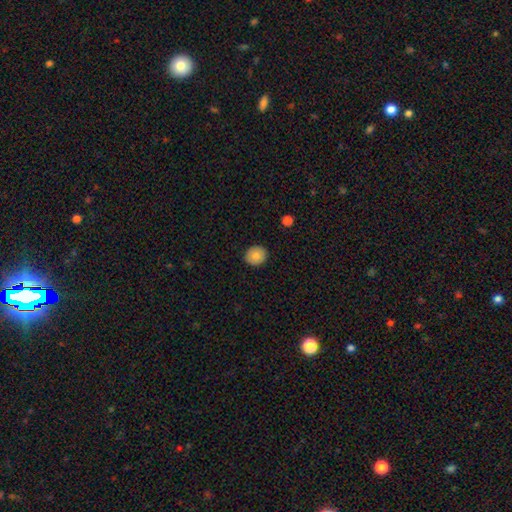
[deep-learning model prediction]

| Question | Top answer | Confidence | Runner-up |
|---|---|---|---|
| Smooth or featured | smooth | 83% | featured or disk (9%) |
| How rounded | round | 82% | in between (17%) |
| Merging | none | 91% | minor disturbance (7%) |